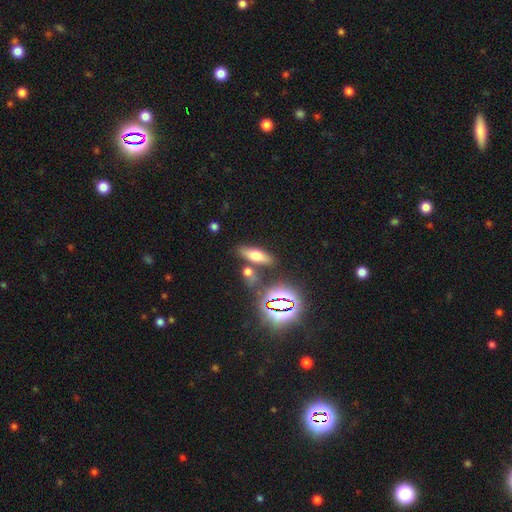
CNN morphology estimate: This is possibly a smooth galaxy (56%). How rounded: possibly in between (53%). Merging: likely none (73%).